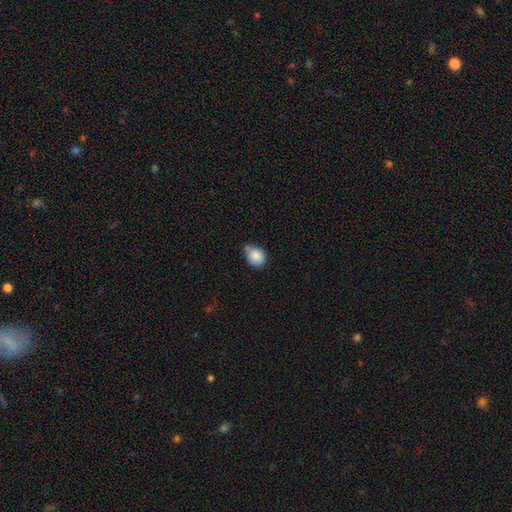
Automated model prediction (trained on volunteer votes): Q: Smooth or featured?
A: smooth (87%); runner-up: star or artifact (9%)
Q: How rounded?
A: round (61%); runner-up: in between (38%)
Q: Merging?
A: none (50%); runner-up: minor disturbance (36%)